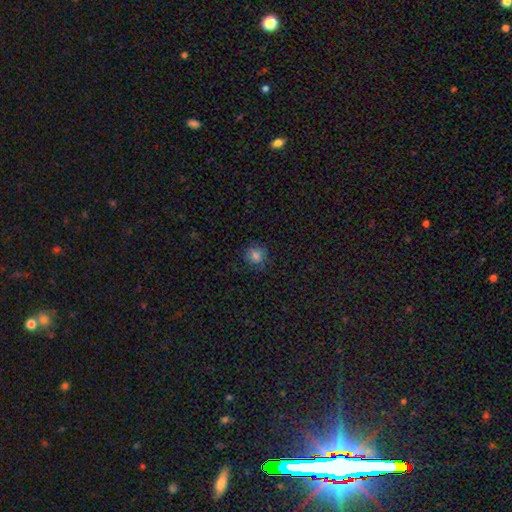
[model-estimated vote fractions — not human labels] Smooth or featured? Predicted: smooth (p=0.80). How rounded? Predicted: round (p=0.85). Merging? Predicted: none (p=0.82).